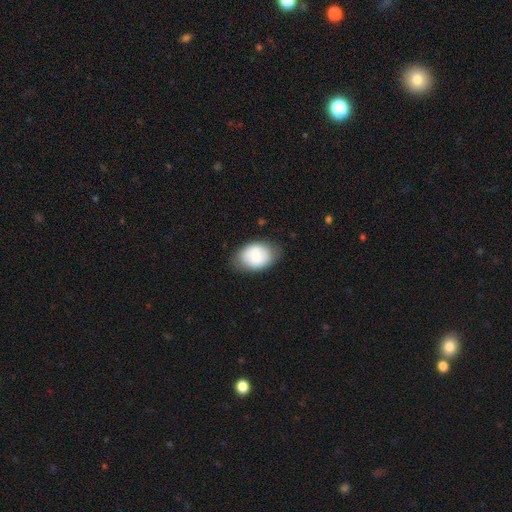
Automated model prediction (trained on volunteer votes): Overall: smooth (73%). How rounded: in between (79%). Merging: none (75%).